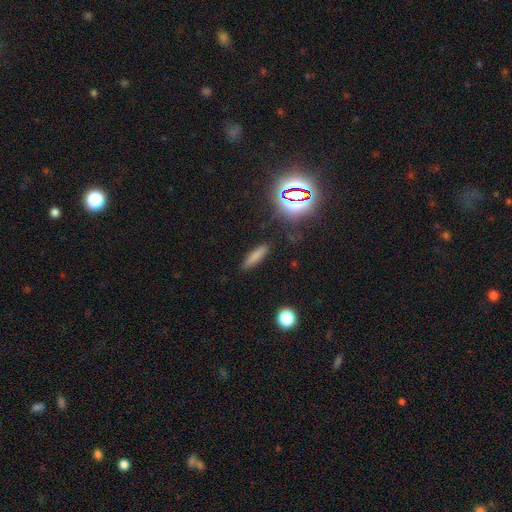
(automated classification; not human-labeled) smooth 76%, star or artifact 15%, featured or disk 9%. Down the decision tree: how rounded — cigar-shaped (71%); merging — none (86%).